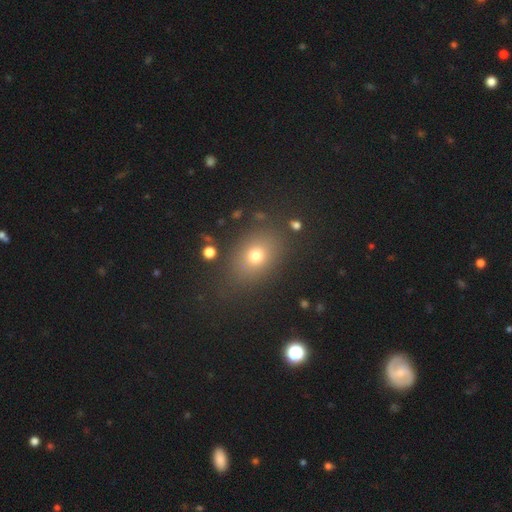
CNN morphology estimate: Smooth or featured?
  - smooth: 72% *
  - star or artifact: 16%
  - featured or disk: 11%
How rounded?
  - in between: 60% *
  - round: 38%
  - cigar-shaped: 2%
Merging?
  - none: 81% *
  - minor disturbance: 11%
  - major disturbance: 5%
  - merger: 3%